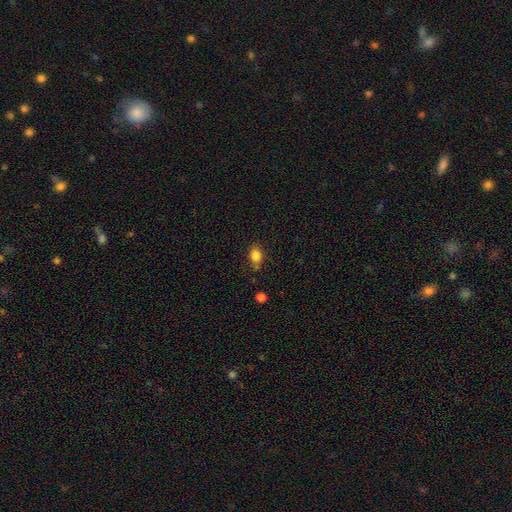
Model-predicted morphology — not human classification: Smooth or featured?
  - smooth: 84% *
  - star or artifact: 10%
  - featured or disk: 6%
How rounded?
  - in between: 70% *
  - round: 28%
  - cigar-shaped: 2%
Merging?
  - none: 72% *
  - minor disturbance: 19%
  - major disturbance: 4%
  - merger: 4%